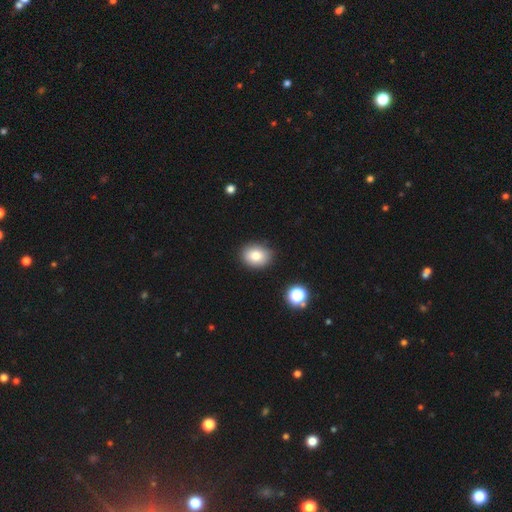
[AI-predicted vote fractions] The model was most divided on "how rounded": in between: 57%, round: 42%, cigar-shaped: 1%. More confident: merging — none (86%); smooth or featured — smooth (82%).